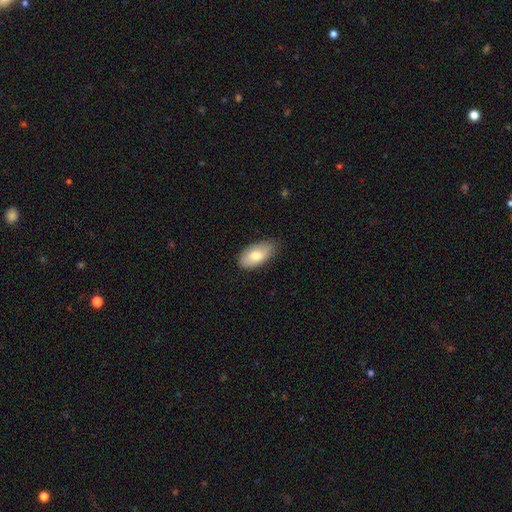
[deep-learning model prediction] Smooth or featured? Predicted: smooth (p=0.76). How rounded? Predicted: in between (p=0.94). Merging? Predicted: none (p=0.78).